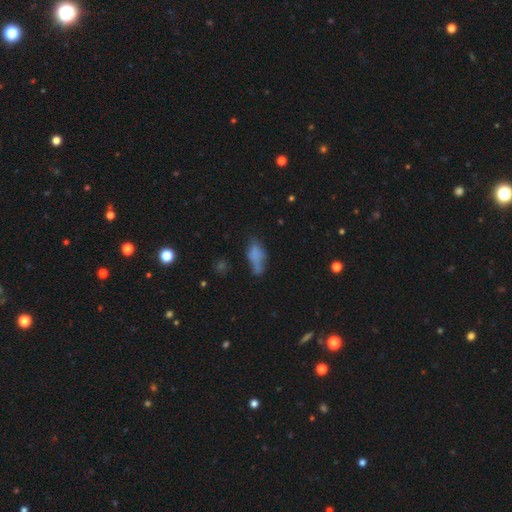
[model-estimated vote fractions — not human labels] Smooth or featured?
  - smooth: 63% *
  - featured or disk: 23%
  - star or artifact: 14%
How rounded?
  - in between: 75% *
  - cigar-shaped: 20%
  - round: 4%
Merging?
  - none: 37% *
  - minor disturbance: 30%
  - major disturbance: 21%
  - merger: 12%